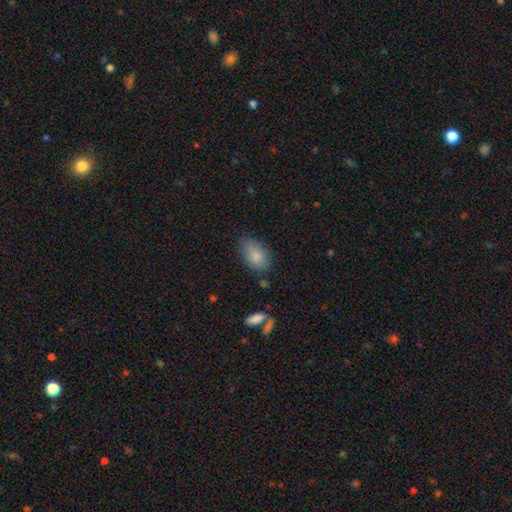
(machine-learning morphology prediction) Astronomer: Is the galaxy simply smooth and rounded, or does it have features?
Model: smooth — 85%.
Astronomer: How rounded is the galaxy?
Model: in between — 91%.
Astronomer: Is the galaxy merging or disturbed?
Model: none — 70%.